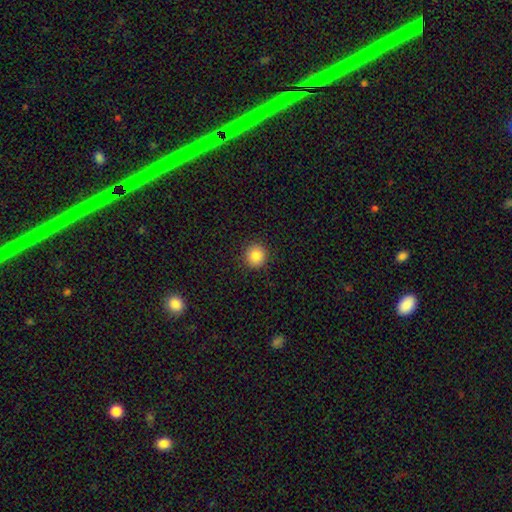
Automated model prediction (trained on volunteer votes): Q: Smooth or featured?
A: smooth (85%); runner-up: star or artifact (10%)
Q: How rounded?
A: round (93%); runner-up: in between (6%)
Q: Merging?
A: none (92%); runner-up: minor disturbance (6%)